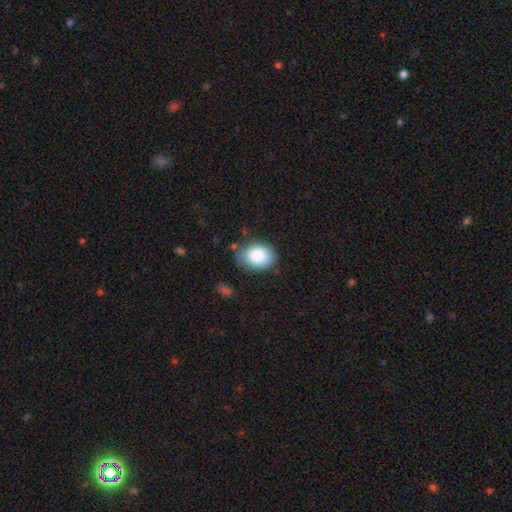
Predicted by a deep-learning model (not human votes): Smooth or featured: smooth — 83% (featured or disk — 9%)
How rounded: in between — 68% (round — 31%)
Merging: none — 77% (minor disturbance — 17%)